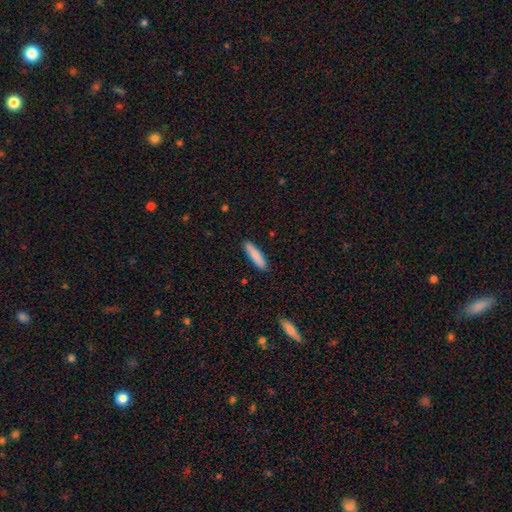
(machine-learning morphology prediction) A smooth galaxy with no disk features (85%) that is cigar-shaped (81%).

Vote fractions:
- Smooth or featured? smooth: 85% / featured or disk: 9% / star or artifact: 6%
- How rounded? cigar-shaped: 81% / in between: 17% / round: 1%
- Merging? none: 88% / minor disturbance: 9% / major disturbance: 2% / merger: 1%